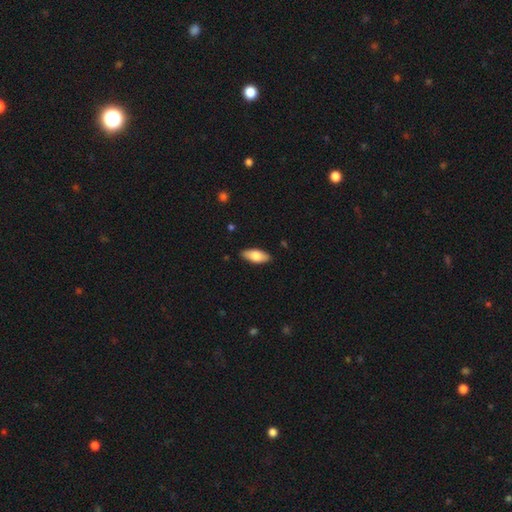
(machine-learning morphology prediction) Smooth or featured?
  - smooth: 77% *
  - featured or disk: 17%
  - star or artifact: 6%
How rounded?
  - in between: 83% *
  - cigar-shaped: 15%
  - round: 2%
Merging?
  - none: 88% *
  - minor disturbance: 10%
  - major disturbance: 2%
  - merger: 1%